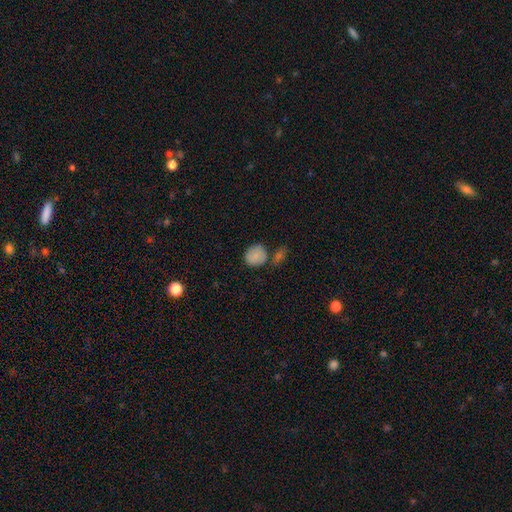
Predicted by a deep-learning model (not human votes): Smooth or featured?
  - smooth: 84% *
  - star or artifact: 9%
  - featured or disk: 6%
How rounded?
  - round: 73% *
  - in between: 26%
  - cigar-shaped: 1%
Merging?
  - none: 62% *
  - minor disturbance: 17%
  - merger: 16%
  - major disturbance: 5%